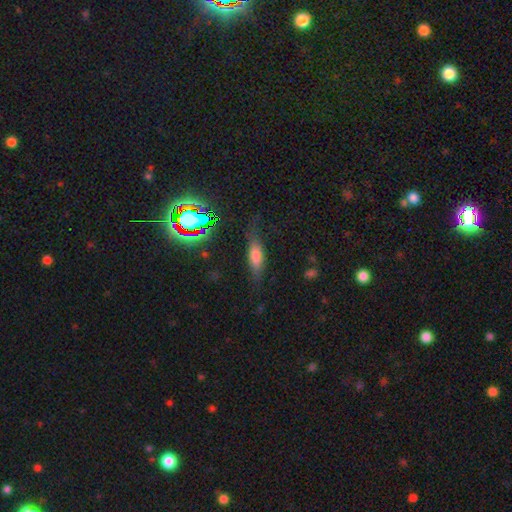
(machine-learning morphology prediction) Overall: smooth (63%; featured or disk 25%). How rounded: in between (56%; cigar-shaped 40%). Merging: none (67%).